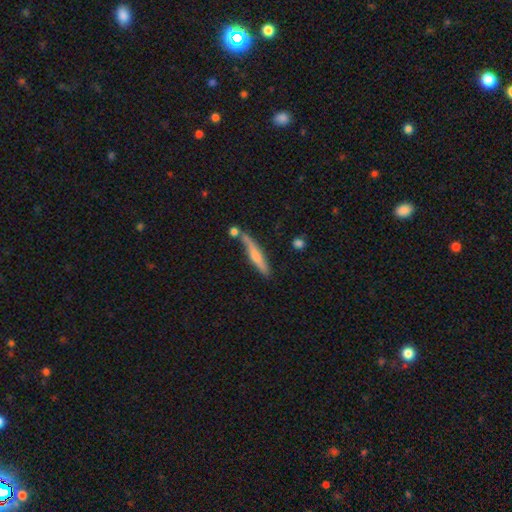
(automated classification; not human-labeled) Q: Smooth or featured?
A: smooth (48%); runner-up: featured or disk (45%)
Q: Merging?
A: none (68%); runner-up: minor disturbance (16%)